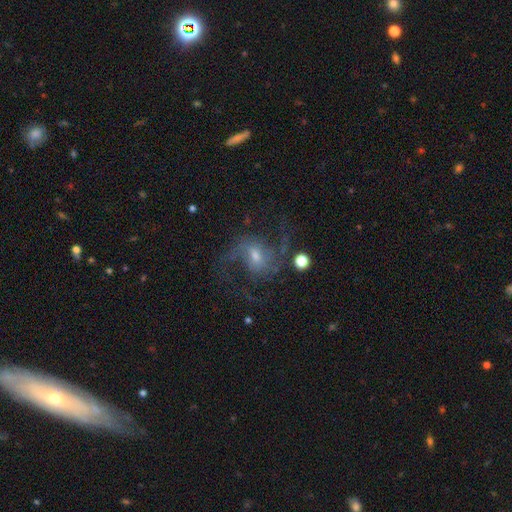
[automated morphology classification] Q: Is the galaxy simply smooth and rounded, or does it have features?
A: featured or disk — 85%.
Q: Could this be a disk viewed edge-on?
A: no — 98%.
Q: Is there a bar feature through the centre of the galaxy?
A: weak — 49%.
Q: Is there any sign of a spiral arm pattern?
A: yes — 96%.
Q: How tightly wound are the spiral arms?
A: loose — 47%.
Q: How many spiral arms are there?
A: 2 — 86%.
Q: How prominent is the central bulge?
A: small — 50%.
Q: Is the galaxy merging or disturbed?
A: none — 68%.